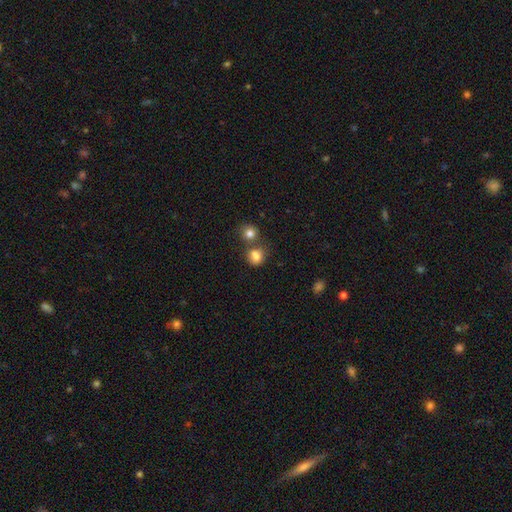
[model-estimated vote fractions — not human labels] A smooth galaxy with no disk features (80%) that is round (70%). Merging: none (45%).